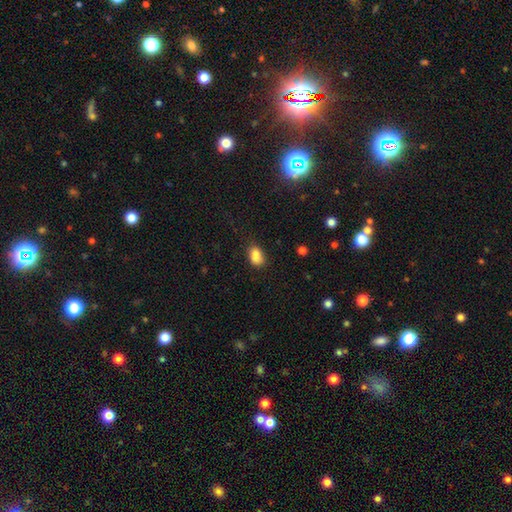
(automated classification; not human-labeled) A smooth galaxy with no disk features (83%) that is in between round and cigar-shaped (81%).

Vote fractions:
- Smooth or featured? smooth: 83% / star or artifact: 10% / featured or disk: 7%
- How rounded? in between: 81% / round: 17% / cigar-shaped: 2%
- Merging? none: 60% / minor disturbance: 22% / merger: 12% / major disturbance: 5%